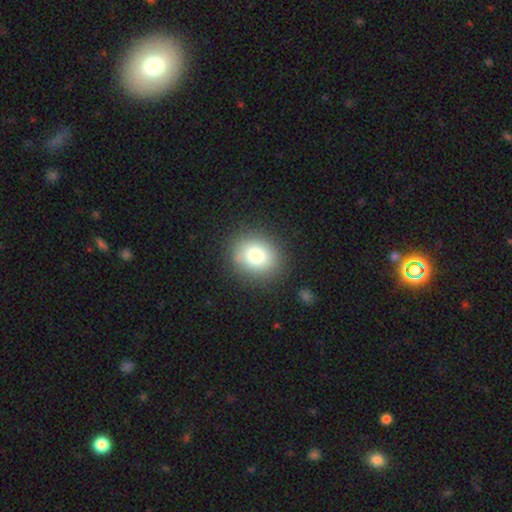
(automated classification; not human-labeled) smooth-or-featured: smooth: 77% | star or artifact: 12% | featured or disk: 12%
  how-rounded: round: 69% | in between: 30% | cigar-shaped: 1%
  merging: none: 86% | minor disturbance: 9% | major disturbance: 4% | merger: 1%